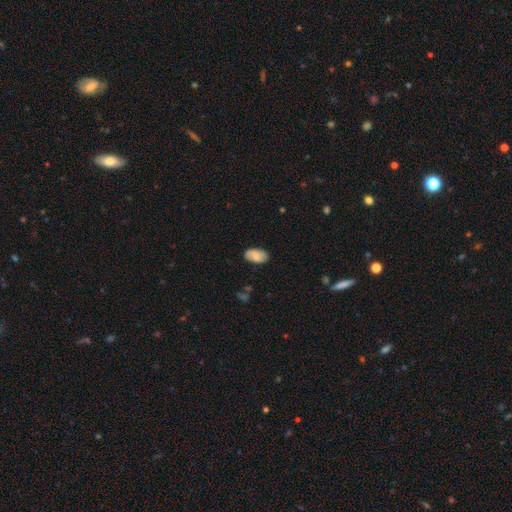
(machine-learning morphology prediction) This is likely a smooth galaxy (70%). How rounded: clearly in between (94%). Merging: clearly none (81%).